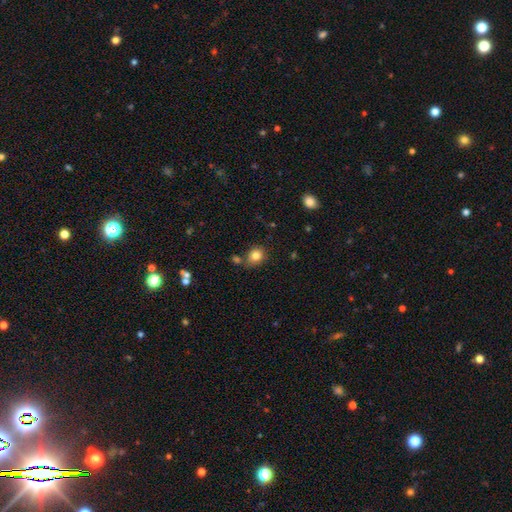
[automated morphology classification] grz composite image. It shows a smooth galaxy with no disk features (82%) that is round (64%). Merging: none (71%).